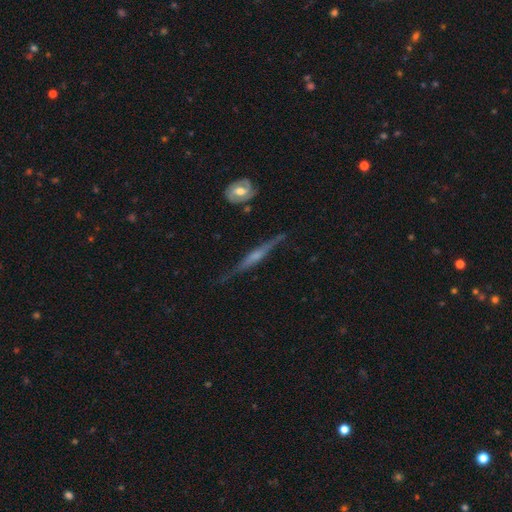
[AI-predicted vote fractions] This appears to be a featured or disk galaxy (77%) viewed edge-on (93%) with a rounded central bulge (57%). Merging: none (72%).